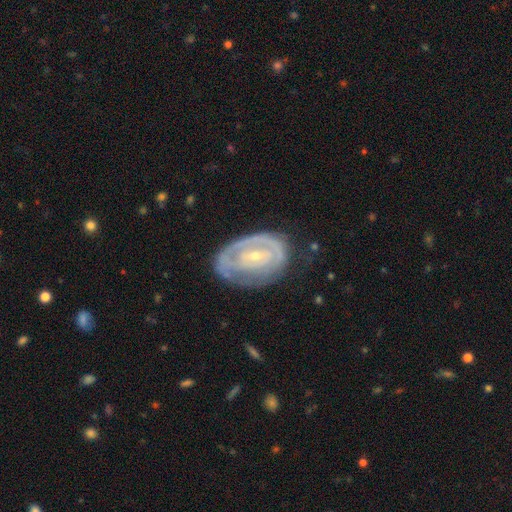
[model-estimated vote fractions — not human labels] Q: Smooth or featured?
A: featured or disk (75%); runner-up: smooth (19%)
Q: Edge-on disk?
A: no (95%); runner-up: yes (5%)
Q: Bar?
A: no (54%); runner-up: weak (32%)
Q: Spiral arms?
A: yes (65%); runner-up: no (35%)
Q: Bulge size?
A: small (72%); runner-up: moderate (25%)
Q: Merging?
A: none (60%); runner-up: minor disturbance (25%)